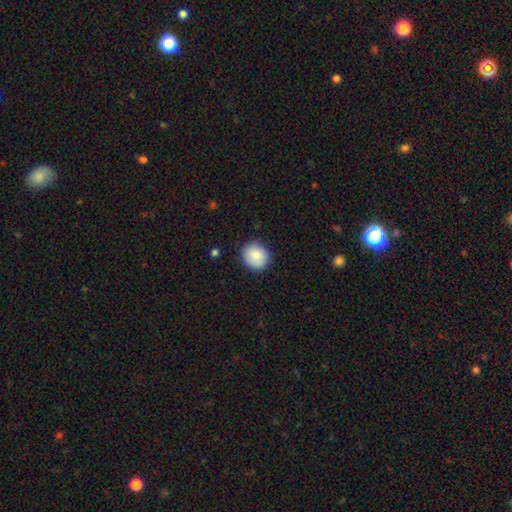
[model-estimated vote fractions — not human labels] smooth-or-featured: smooth: 83% | featured or disk: 9% | star or artifact: 7%
  how-rounded: round: 75% | in between: 24% | cigar-shaped: 1%
  merging: none: 85% | minor disturbance: 12% | major disturbance: 2% | merger: 1%